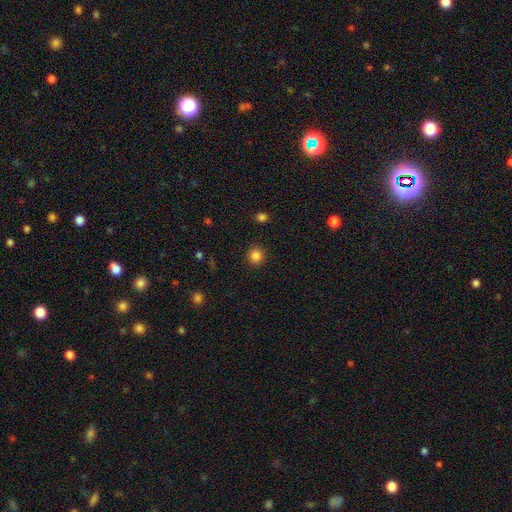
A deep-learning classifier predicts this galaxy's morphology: Smooth or featured? Predicted: smooth (p=0.85). How rounded? Predicted: round (p=0.92). Merging? Predicted: none (p=0.91).